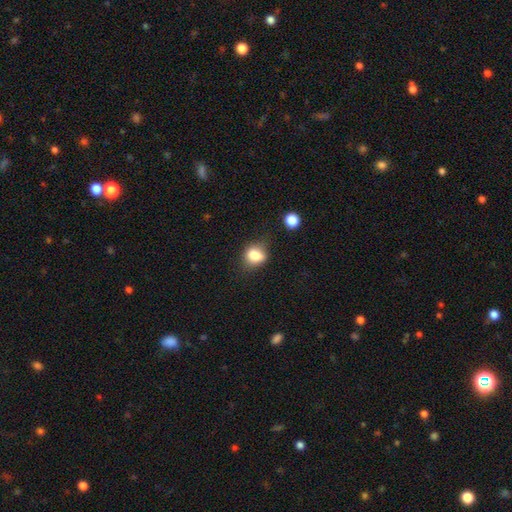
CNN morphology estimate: A smooth galaxy with no disk features (79%) that is in between round and cigar-shaped (54%). Merging: none (63%).